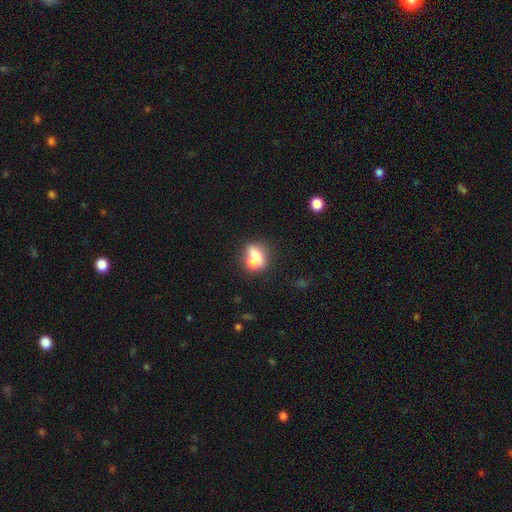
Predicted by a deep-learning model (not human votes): smooth 64%, featured or disk 26%, star or artifact 10%. Down the decision tree: how rounded — round (49%); merging — merger (52%).